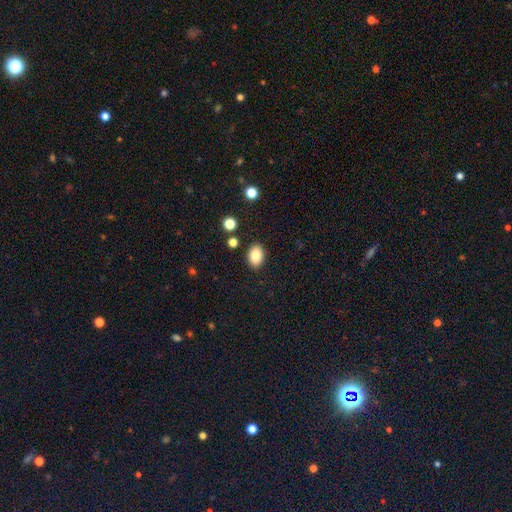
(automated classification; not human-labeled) Morphology: type=smooth (84%); roundness=in between (82%); merging=none (88%).